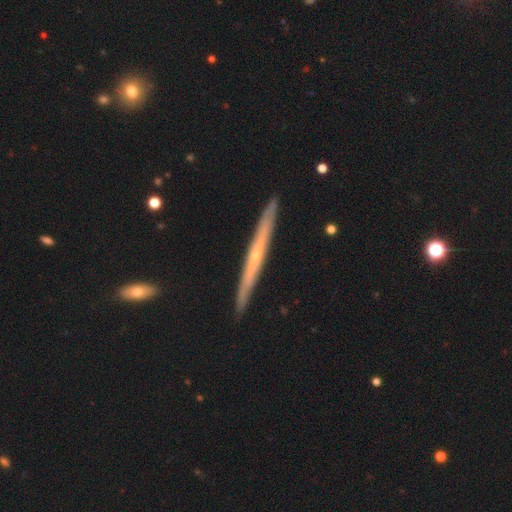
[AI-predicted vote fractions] Smooth or featured? Predicted: featured or disk (p=0.74). Edge-on disk? Predicted: yes (p=0.97). Edge-on bulge? Predicted: rounded (p=0.54). Merging? Predicted: none (p=0.91).